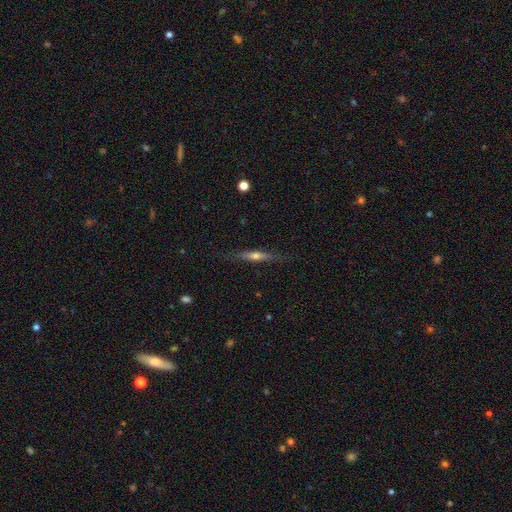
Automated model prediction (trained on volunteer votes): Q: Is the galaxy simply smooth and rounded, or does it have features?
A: featured or disk — 57%.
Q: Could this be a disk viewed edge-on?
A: yes — 94%.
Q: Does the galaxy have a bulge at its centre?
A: rounded — 83%.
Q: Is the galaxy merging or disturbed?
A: none — 82%.